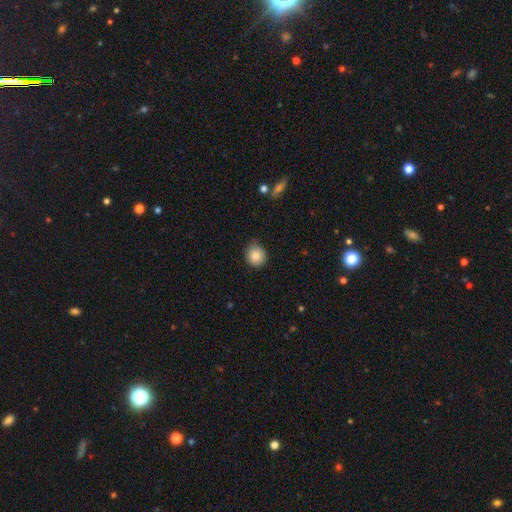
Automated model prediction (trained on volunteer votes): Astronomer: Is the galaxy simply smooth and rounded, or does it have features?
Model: smooth — 84%.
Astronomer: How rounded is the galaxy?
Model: round — 79%.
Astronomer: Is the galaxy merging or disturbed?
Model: none — 76%.